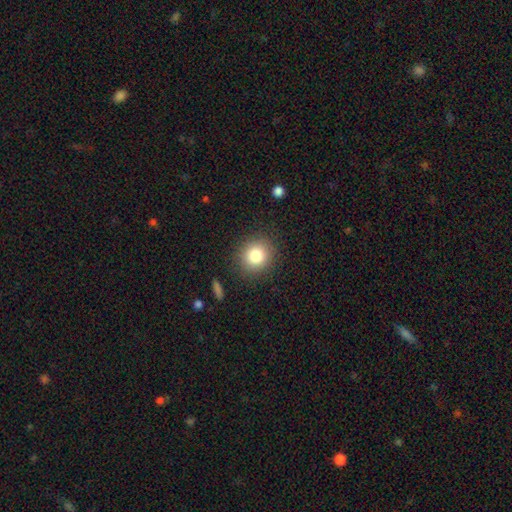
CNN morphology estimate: Q: Smooth or featured?
A: smooth (82%); runner-up: star or artifact (11%)
Q: How rounded?
A: round (85%); runner-up: in between (14%)
Q: Merging?
A: none (88%); runner-up: minor disturbance (8%)